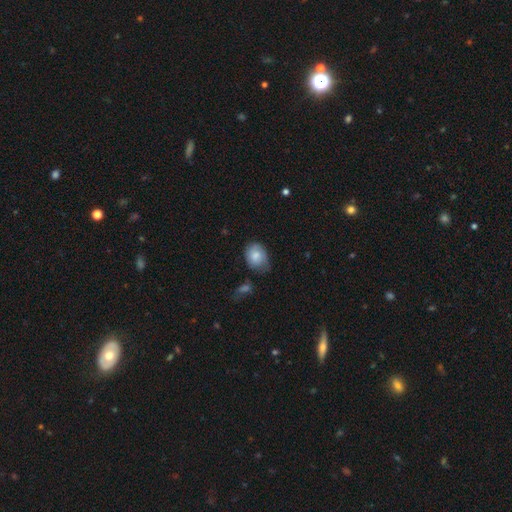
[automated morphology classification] This is likely a smooth galaxy (76%). How rounded: likely in between (62%). Merging: possibly none (55%).